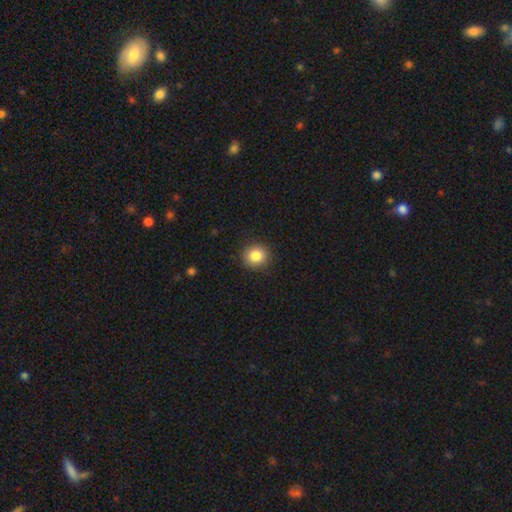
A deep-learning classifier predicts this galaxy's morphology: The model was most divided on "how rounded": round: 84%, in between: 15%, cigar-shaped: 1%. More confident: merging — none (90%); smooth or featured — smooth (85%).